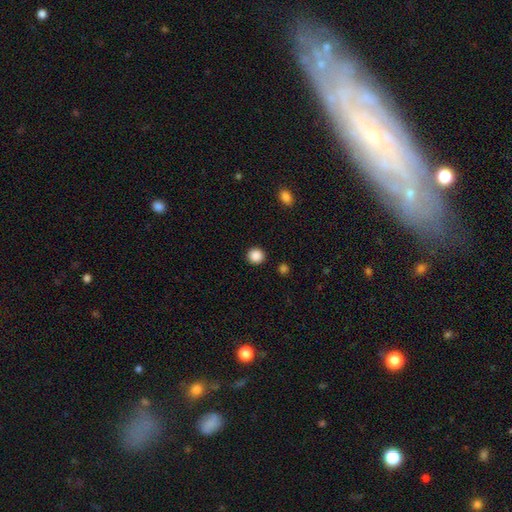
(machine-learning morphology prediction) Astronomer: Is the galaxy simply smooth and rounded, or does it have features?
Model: smooth — 88%.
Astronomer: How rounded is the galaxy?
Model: round — 93%.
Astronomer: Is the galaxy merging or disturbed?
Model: none — 92%.